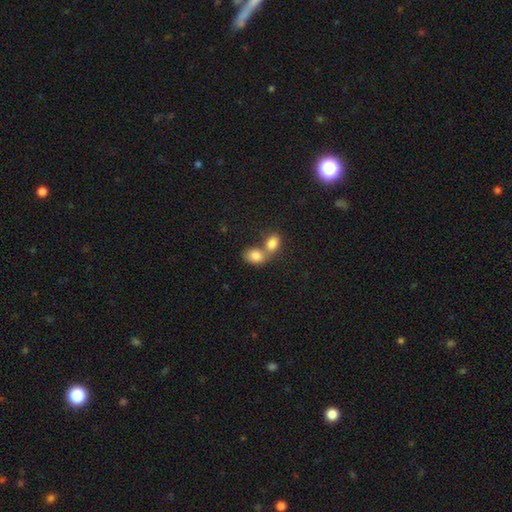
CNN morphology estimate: The model was most divided on "merging": merger: 63%, none: 26%, minor disturbance: 7%, major disturbance: 3%. More confident: smooth or featured — smooth (83%); how rounded — in between (75%).